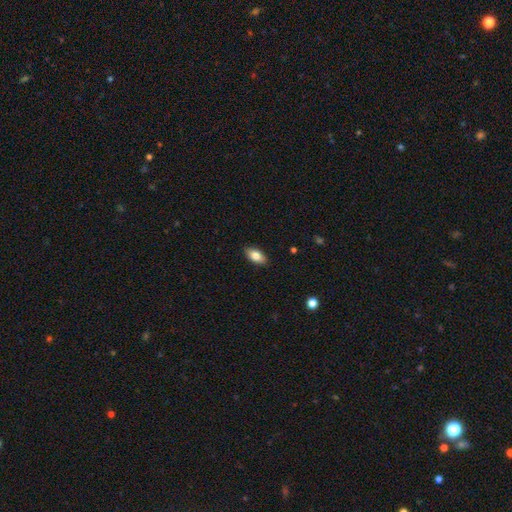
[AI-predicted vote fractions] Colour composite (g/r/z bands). It shows a smooth galaxy with no disk features (81%) that is in between round and cigar-shaped (91%). Merging: none (88%).